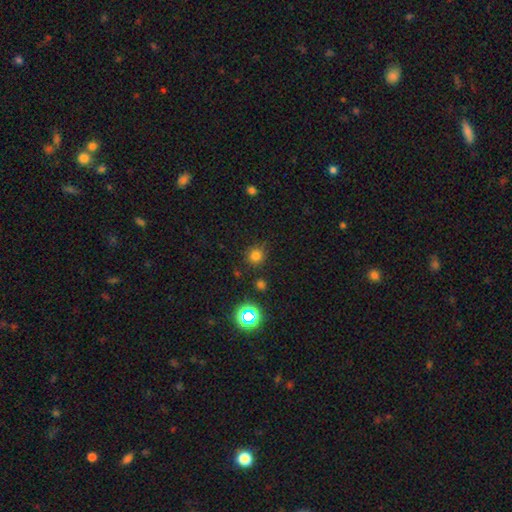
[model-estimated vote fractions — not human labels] Q: Smooth or featured?
A: smooth (74%); runner-up: star or artifact (20%)
Q: How rounded?
A: round (92%); runner-up: in between (7%)
Q: Merging?
A: none (82%); runner-up: minor disturbance (12%)